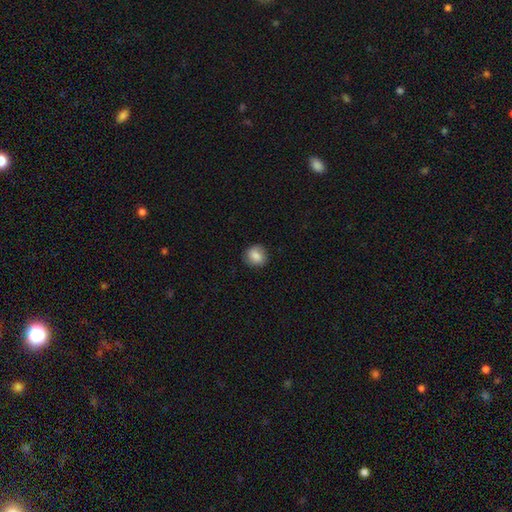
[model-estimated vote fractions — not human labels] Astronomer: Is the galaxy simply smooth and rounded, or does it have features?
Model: smooth — 83%.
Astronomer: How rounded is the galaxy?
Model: round — 78%.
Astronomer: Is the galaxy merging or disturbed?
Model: none — 85%.